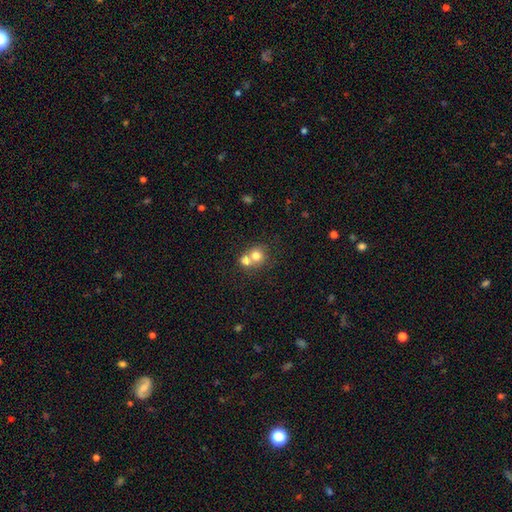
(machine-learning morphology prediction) A smooth galaxy with no disk features (74%) that is round (81%). Merging: merger (63%).